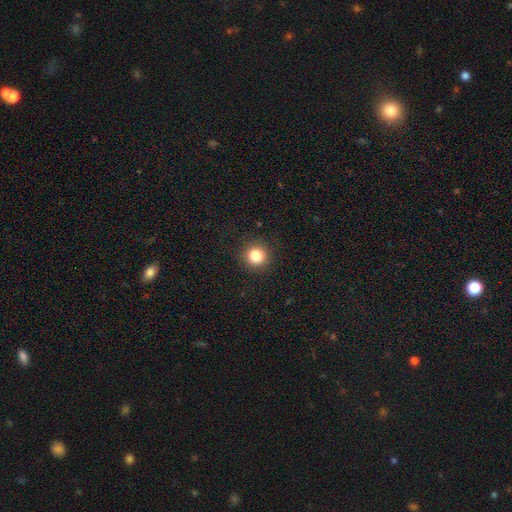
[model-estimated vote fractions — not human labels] Q: Smooth or featured?
A: smooth (85%); runner-up: star or artifact (11%)
Q: How rounded?
A: round (93%); runner-up: in between (6%)
Q: Merging?
A: none (91%); runner-up: minor disturbance (6%)